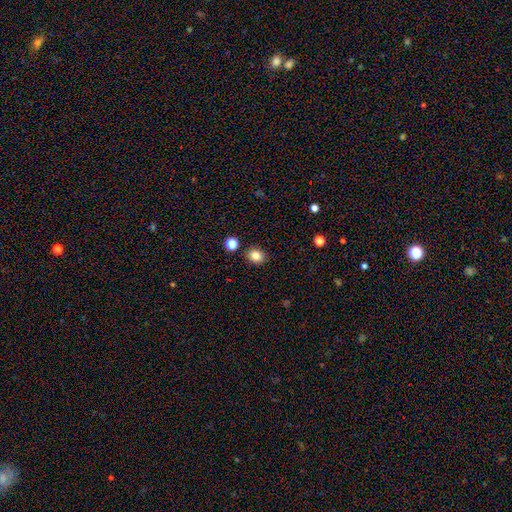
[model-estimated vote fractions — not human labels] A smooth galaxy with no disk features (83%) that is round (73%).

Vote fractions:
- Smooth or featured? smooth: 83% / star or artifact: 12% / featured or disk: 5%
- How rounded? round: 73% / in between: 26% / cigar-shaped: 1%
- Merging? none: 89% / minor disturbance: 7% / merger: 3% / major disturbance: 2%